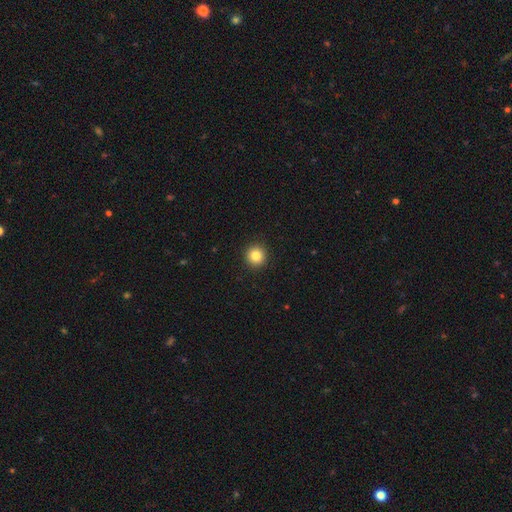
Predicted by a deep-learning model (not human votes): smooth-or-featured: smooth: 84% | star or artifact: 10% | featured or disk: 5%
  how-rounded: round: 94% | in between: 5% | cigar-shaped: 1%
  merging: none: 93% | minor disturbance: 5% | major disturbance: 2% | merger: 1%